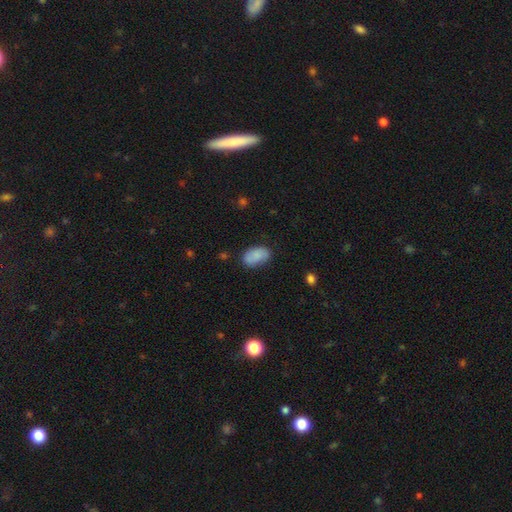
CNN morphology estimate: smooth 84%, featured or disk 9%, star or artifact 7%. Down the decision tree: how rounded — in between (92%); merging — none (70%).